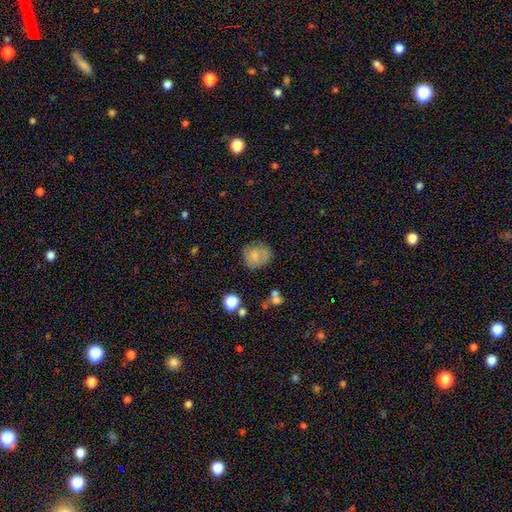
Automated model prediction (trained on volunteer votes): This is likely a smooth galaxy (74%). How rounded: clearly round (83%). Merging: likely none (69%).